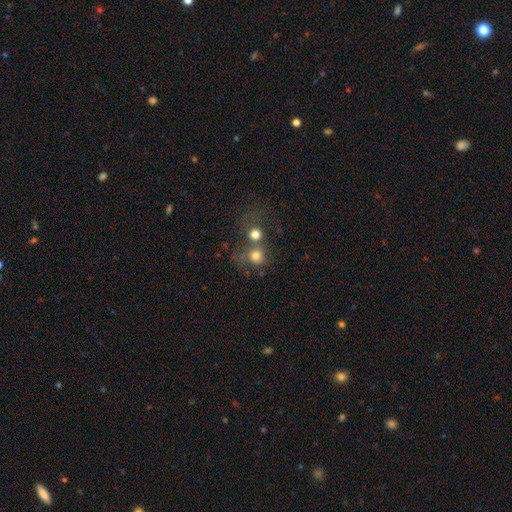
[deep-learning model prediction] Smooth or featured?
  - smooth: 75% *
  - star or artifact: 13%
  - featured or disk: 12%
How rounded?
  - round: 86% *
  - in between: 13%
  - cigar-shaped: 1%
Merging?
  - merger: 44% *
  - none: 41%
  - minor disturbance: 8%
  - major disturbance: 7%